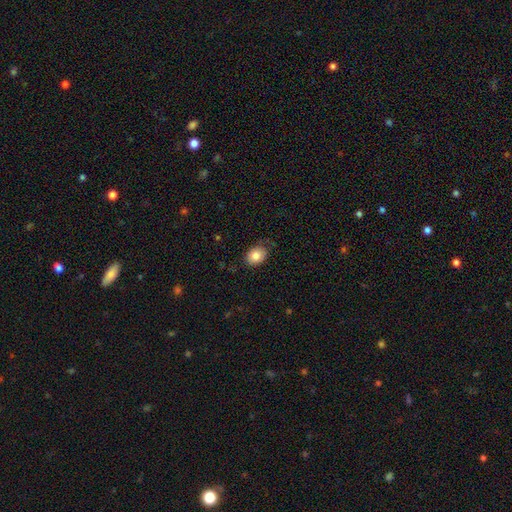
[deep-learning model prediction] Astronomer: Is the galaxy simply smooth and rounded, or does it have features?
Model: smooth — 84%.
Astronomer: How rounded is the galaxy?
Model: in between — 69%.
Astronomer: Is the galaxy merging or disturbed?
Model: none — 72%.